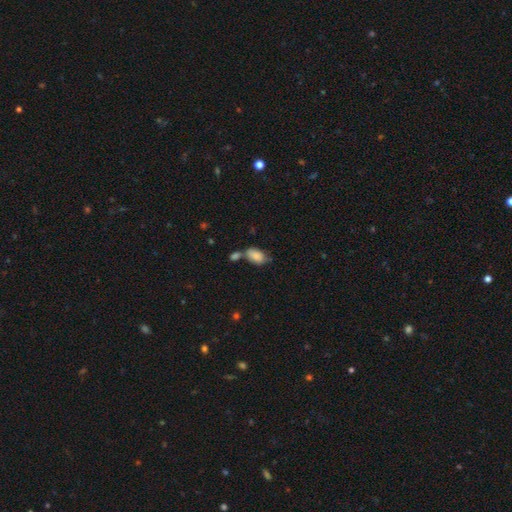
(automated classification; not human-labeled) smooth 85%, star or artifact 8%, featured or disk 7%. Down the decision tree: how rounded — in between (91%); merging — none (43%).